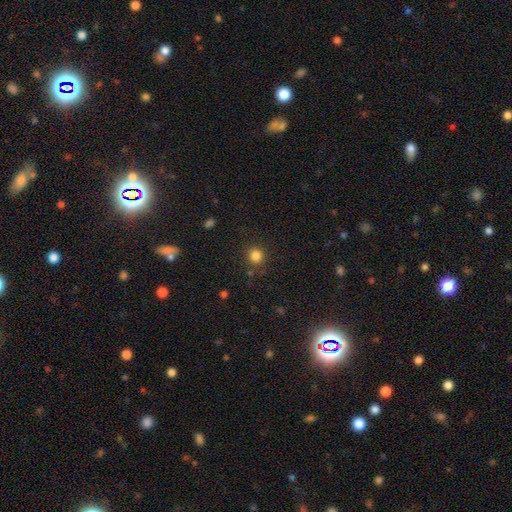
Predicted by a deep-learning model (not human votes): smooth-or-featured: smooth: 83% | star or artifact: 13% | featured or disk: 4%
  how-rounded: round: 89% | in between: 10% | cigar-shaped: 1%
  merging: none: 84% | minor disturbance: 9% | major disturbance: 4% | merger: 3%